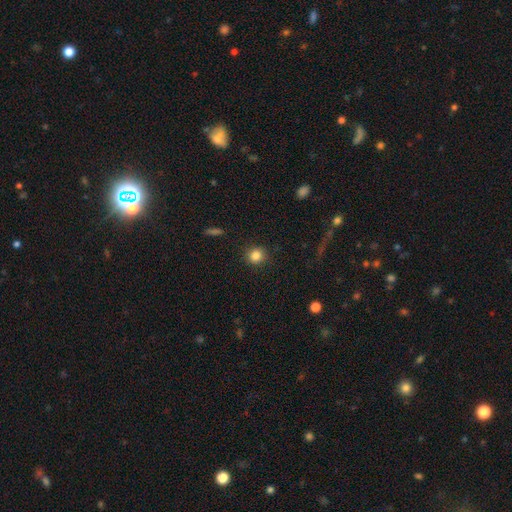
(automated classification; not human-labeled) smooth_or_featured: smooth (p=0.84) [alt: star or artifact p=0.11]
how_rounded: round (p=0.88) [alt: in between p=0.11]
merging: none (p=0.89) [alt: minor disturbance p=0.08]